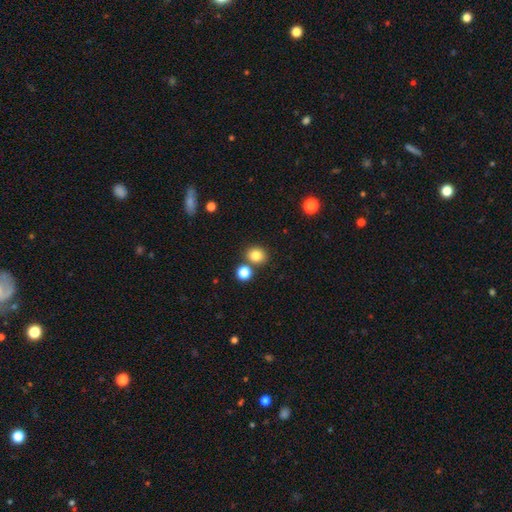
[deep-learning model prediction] Morphology: type=smooth (81%); roundness=round (73%); merging=none (77%).